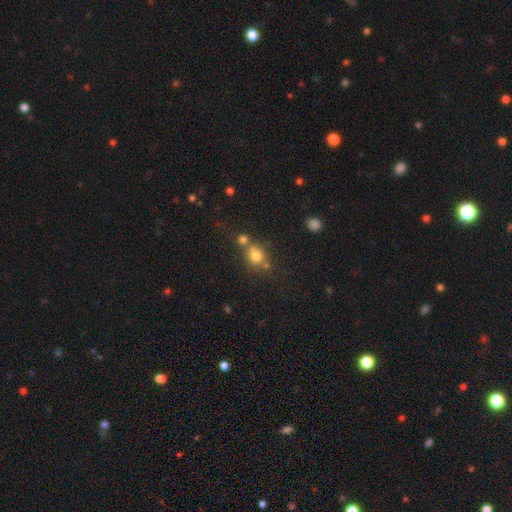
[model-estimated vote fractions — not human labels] smooth 75%, star or artifact 14%, featured or disk 11%. Down the decision tree: how rounded — round (66%); merging — none (48%).